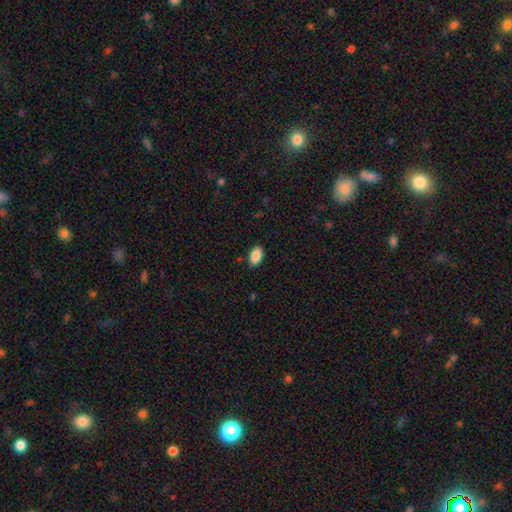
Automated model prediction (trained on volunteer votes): Overall: smooth (88%). How rounded: in between (93%). Merging: none (87%).